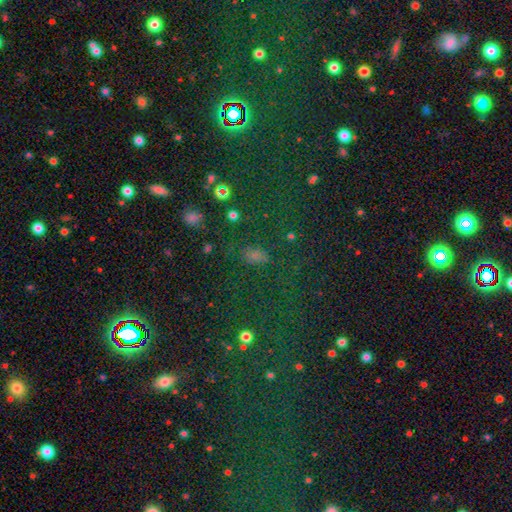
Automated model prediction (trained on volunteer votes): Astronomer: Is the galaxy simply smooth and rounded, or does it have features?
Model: smooth — 58%.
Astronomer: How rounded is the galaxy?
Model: in between — 85%.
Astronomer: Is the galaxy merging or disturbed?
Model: none — 72%.